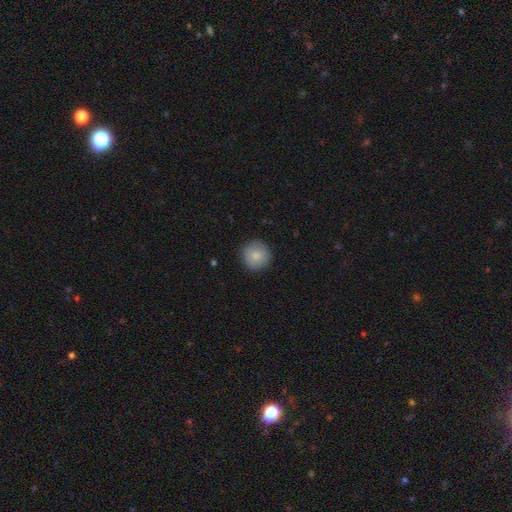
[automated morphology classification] A smooth galaxy with no disk features (84%) that is round (95%). Merging: none (90%).